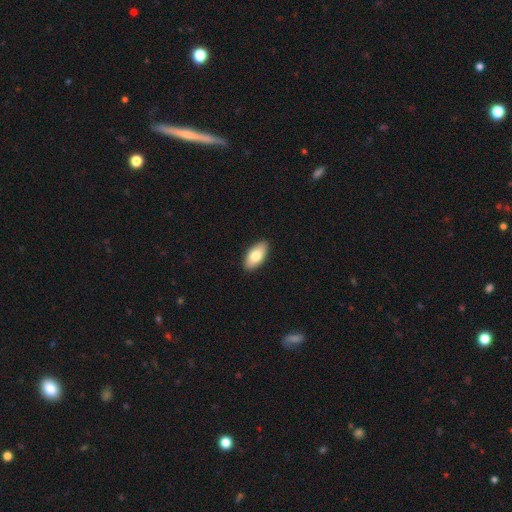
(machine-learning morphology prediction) Q: Smooth or featured?
A: smooth (78%); runner-up: featured or disk (16%)
Q: How rounded?
A: in between (93%); runner-up: cigar-shaped (5%)
Q: Merging?
A: none (90%); runner-up: minor disturbance (7%)